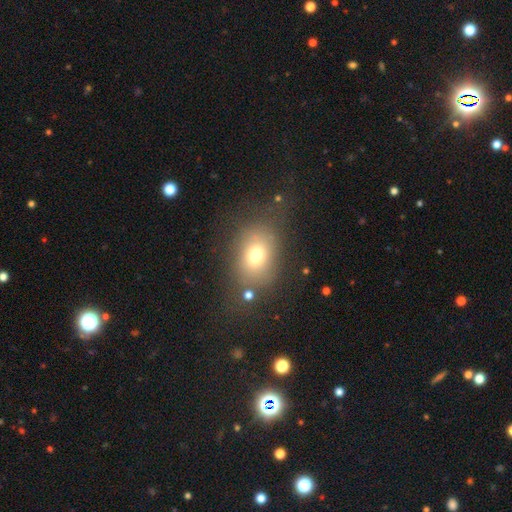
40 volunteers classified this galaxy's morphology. smooth_or_featured: smooth (p=0.75) [alt: featured or disk p=0.12]
how_rounded: round (p=0.53) [alt: in between p=0.47]
merging: none (p=0.54) [alt: minor disturbance p=0.34]